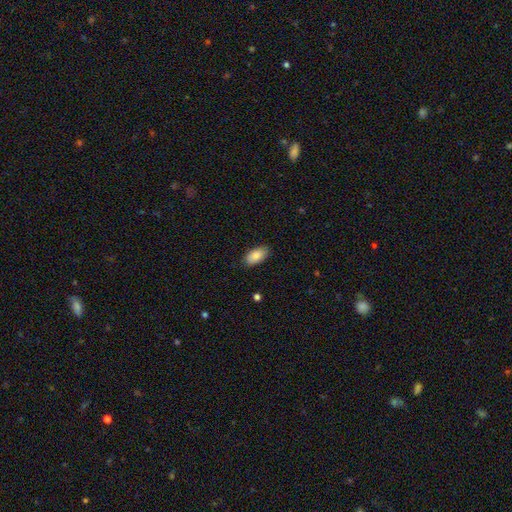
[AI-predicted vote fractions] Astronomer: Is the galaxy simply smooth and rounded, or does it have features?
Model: smooth — 87%.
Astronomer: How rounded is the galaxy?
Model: in between — 94%.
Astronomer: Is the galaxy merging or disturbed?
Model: none — 86%.